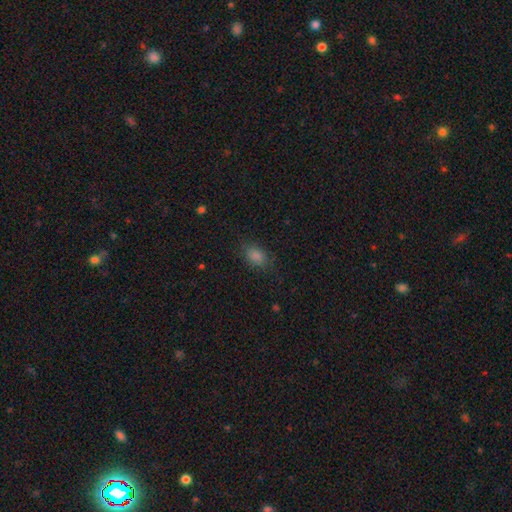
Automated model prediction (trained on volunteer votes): A smooth galaxy with no disk features (79%) that is in between round and cigar-shaped (77%).

Vote fractions:
- Smooth or featured? smooth: 79% / star or artifact: 15% / featured or disk: 6%
- How rounded? in between: 77% / round: 21% / cigar-shaped: 2%
- Merging? none: 81% / minor disturbance: 13% / major disturbance: 4% / merger: 1%